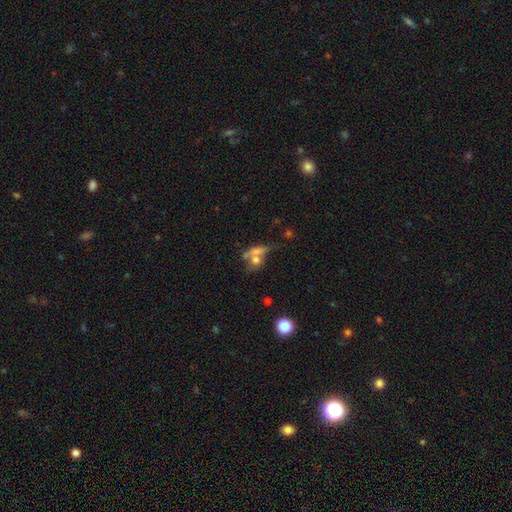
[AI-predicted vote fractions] Smooth or featured?
  - smooth: 59% *
  - featured or disk: 28%
  - star or artifact: 13%
How rounded?
  - in between: 48% *
  - round: 38%
  - cigar-shaped: 14%
Merging?
  - merger: 49% *
  - none: 30%
  - minor disturbance: 11%
  - major disturbance: 10%